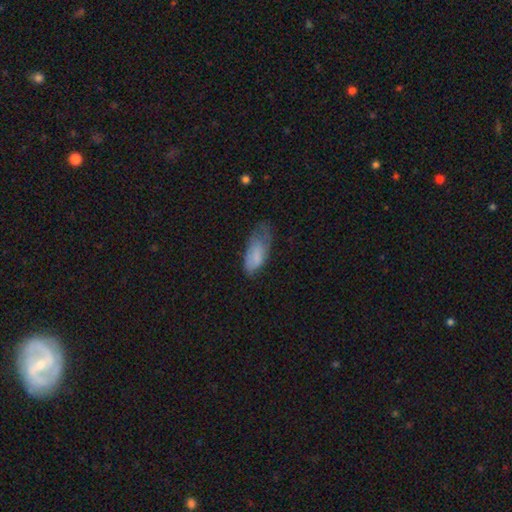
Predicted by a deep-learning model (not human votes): A smooth galaxy with no disk features (75%) that is in between round and cigar-shaped (87%).

Vote fractions:
- Smooth or featured? smooth: 75% / featured or disk: 18% / star or artifact: 7%
- How rounded? in between: 87% / cigar-shaped: 11% / round: 2%
- Merging? minor disturbance: 40% / none: 31% / major disturbance: 27% / merger: 2%